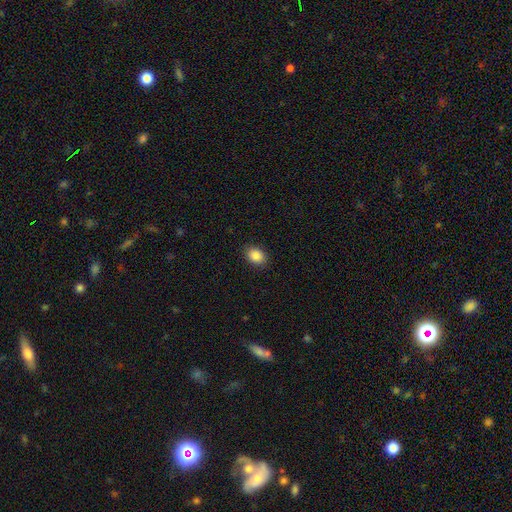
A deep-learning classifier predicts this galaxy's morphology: smooth-or-featured: smooth: 87% | star or artifact: 9% | featured or disk: 5%
  how-rounded: in between: 61% | round: 38% | cigar-shaped: 1%
  merging: none: 89% | minor disturbance: 8% | major disturbance: 2% | merger: 1%